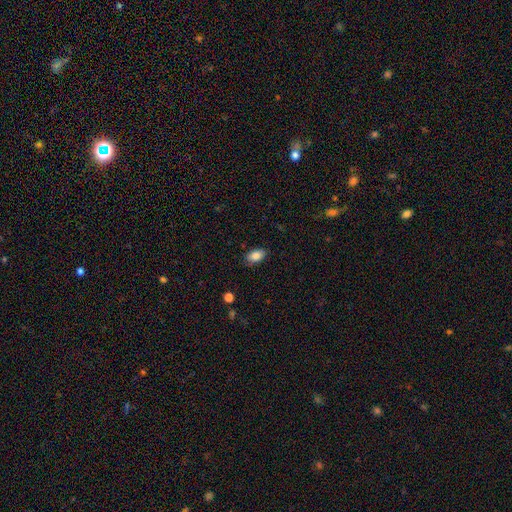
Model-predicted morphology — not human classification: smooth 86%, star or artifact 8%, featured or disk 6%. Down the decision tree: how rounded — in between (91%); merging — none (85%).